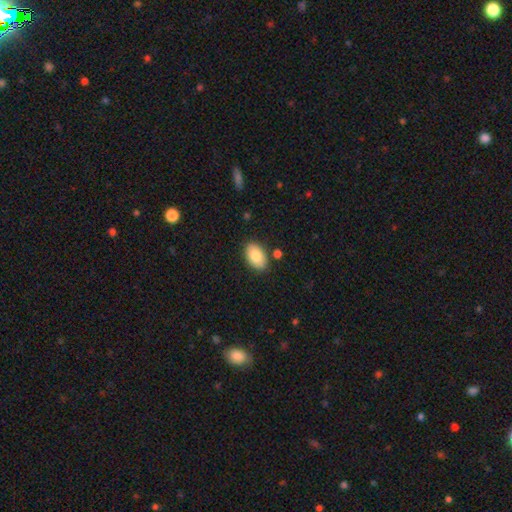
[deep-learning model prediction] A smooth galaxy with no disk features (83%) that is in between round and cigar-shaped (92%). Merging: none (83%).